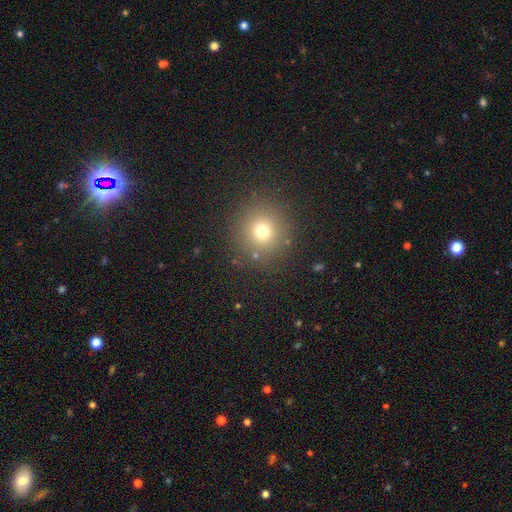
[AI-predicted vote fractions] Smooth or featured?
  - smooth: 70% *
  - star or artifact: 21%
  - featured or disk: 9%
How rounded?
  - round: 93% *
  - in between: 6%
  - cigar-shaped: 1%
Merging?
  - none: 89% *
  - minor disturbance: 6%
  - major disturbance: 3%
  - merger: 2%